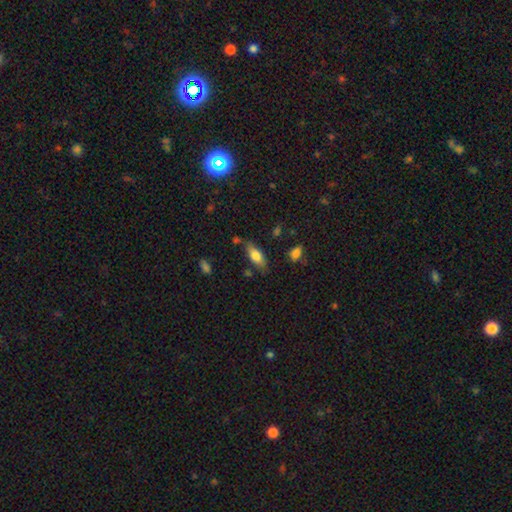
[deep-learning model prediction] Morphology: type=smooth (73%); roundness=in between (76%); merging=none (72%).